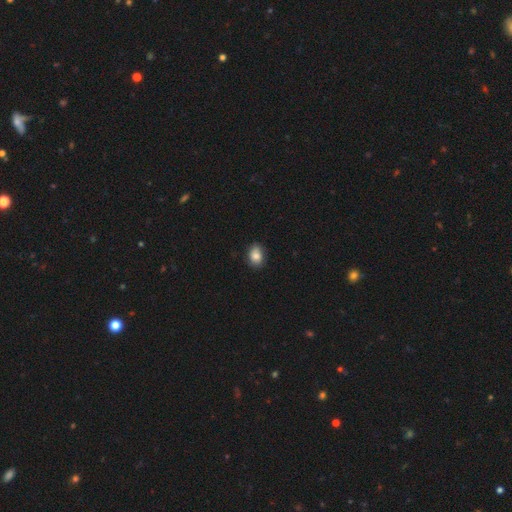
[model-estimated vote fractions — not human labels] A smooth galaxy with no disk features (84%) that is in between round and cigar-shaped (73%).

Vote fractions:
- Smooth or featured? smooth: 84% / star or artifact: 9% / featured or disk: 8%
- How rounded? in between: 73% / round: 26% / cigar-shaped: 1%
- Merging? none: 82% / minor disturbance: 14% / major disturbance: 2% / merger: 1%